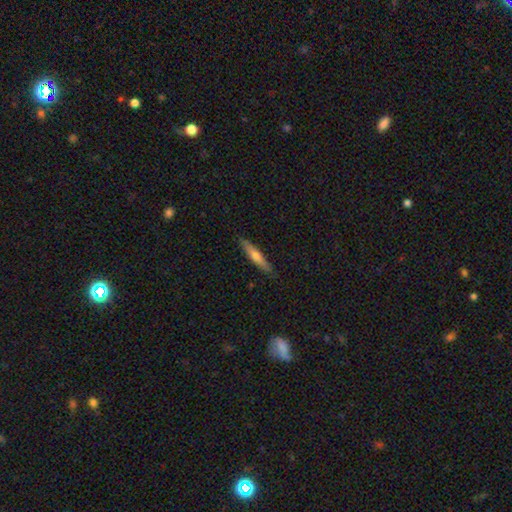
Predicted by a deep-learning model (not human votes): smooth-or-featured: smooth: 55% | featured or disk: 39% | star or artifact: 6%
  how-rounded: cigar-shaped: 90% | in between: 8% | round: 2%
  merging: none: 89% | minor disturbance: 8% | major disturbance: 1% | merger: 1%